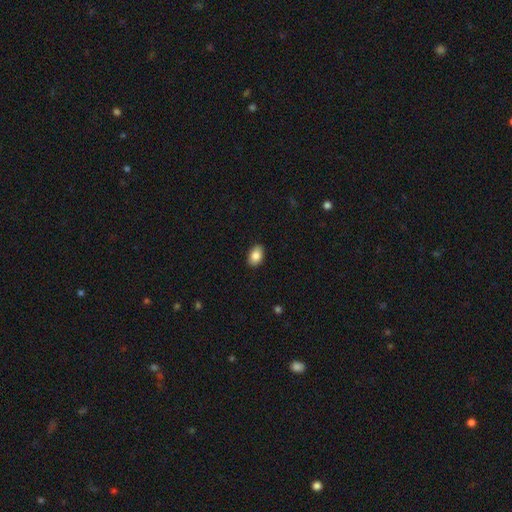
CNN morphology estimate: Overall: smooth (86%). How rounded: in between (87%). Merging: none (88%).